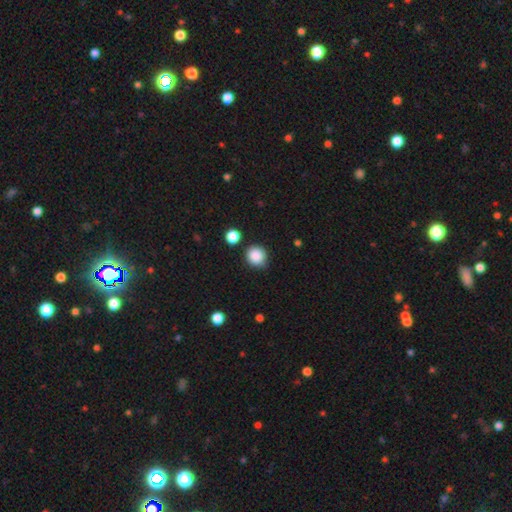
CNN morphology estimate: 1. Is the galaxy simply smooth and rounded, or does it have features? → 87% smooth, 9% star or artifact, 3% featured or disk.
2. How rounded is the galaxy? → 87% round, 12% in between, 1% cigar-shaped.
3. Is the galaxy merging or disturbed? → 81% none, 12% minor disturbance, 3% merger, 3% major disturbance.